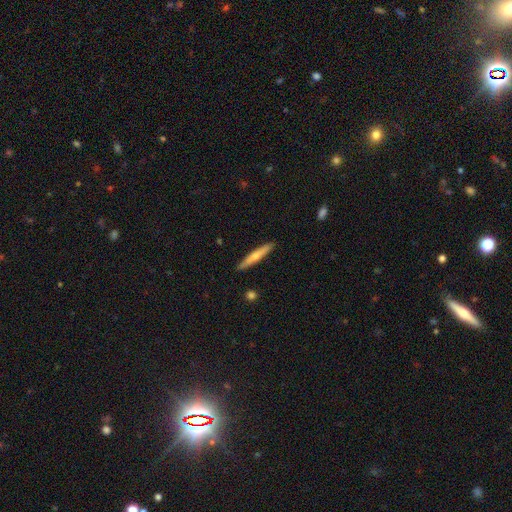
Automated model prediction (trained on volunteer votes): Smooth or featured?
  - smooth: 56% *
  - featured or disk: 38%
  - star or artifact: 5%
How rounded?
  - cigar-shaped: 93% *
  - in between: 5%
  - round: 1%
Merging?
  - none: 89% *
  - minor disturbance: 8%
  - major disturbance: 1%
  - merger: 1%